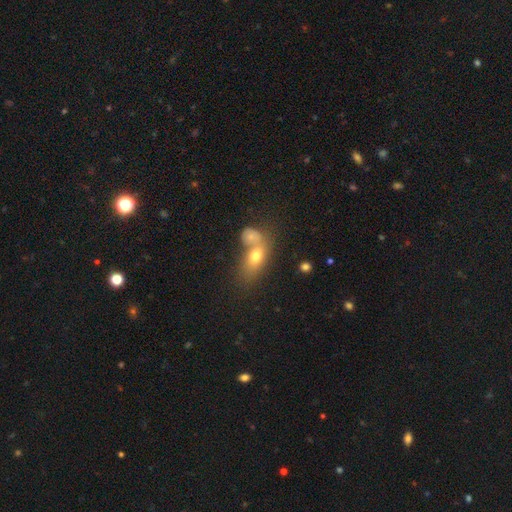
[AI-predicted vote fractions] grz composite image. It shows a smooth galaxy with no disk features (70%) that is in between round and cigar-shaped (78%). Merging: merger (60%).